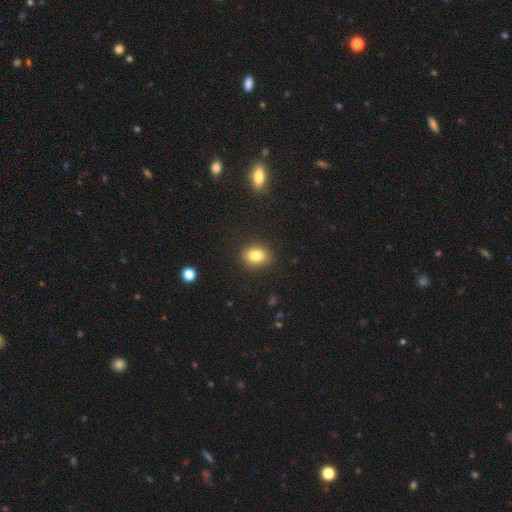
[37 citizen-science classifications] Morphology: type=smooth (78%); roundness=round (69%); merging=none (86%).